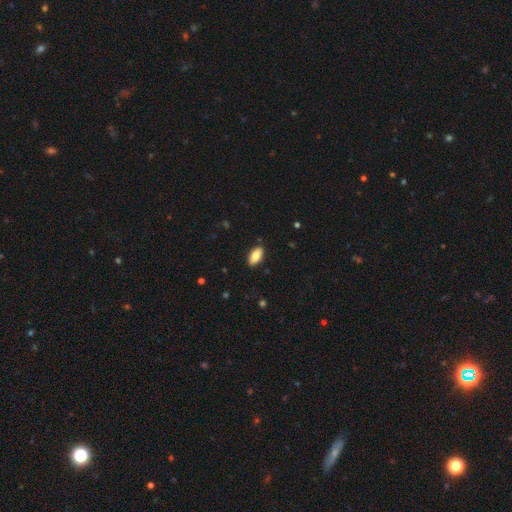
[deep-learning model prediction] Smooth or featured? smooth (82%)
How rounded? in between (91%)
Merging? none (89%)